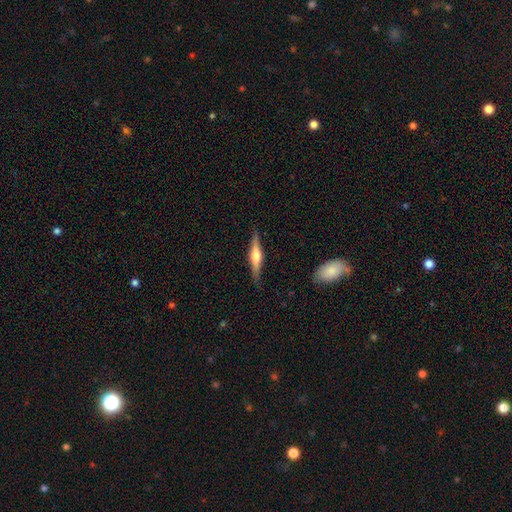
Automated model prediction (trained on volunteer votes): This is likely a featured or disk galaxy (65%). It is clearly viewed edge-on (97%). Edge-on bulge: clearly rounded (84%). Merging: clearly none (86%).